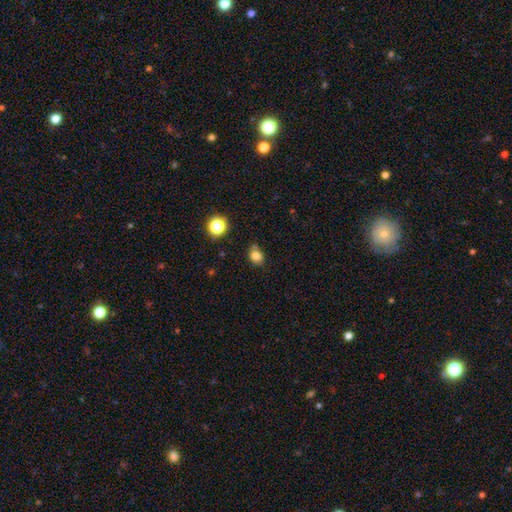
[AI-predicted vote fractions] Smooth or featured: smooth — 79% (star or artifact — 14%)
How rounded: round — 54% (in between — 45%)
Merging: none — 59% (minor disturbance — 25%)